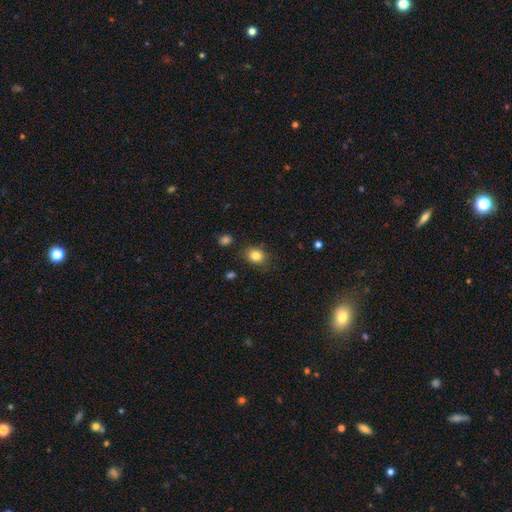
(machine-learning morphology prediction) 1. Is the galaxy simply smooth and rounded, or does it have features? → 83% smooth, 11% star or artifact, 6% featured or disk.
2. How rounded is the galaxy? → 57% round, 42% in between, 1% cigar-shaped.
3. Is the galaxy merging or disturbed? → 82% none, 13% minor disturbance, 3% major disturbance, 2% merger.